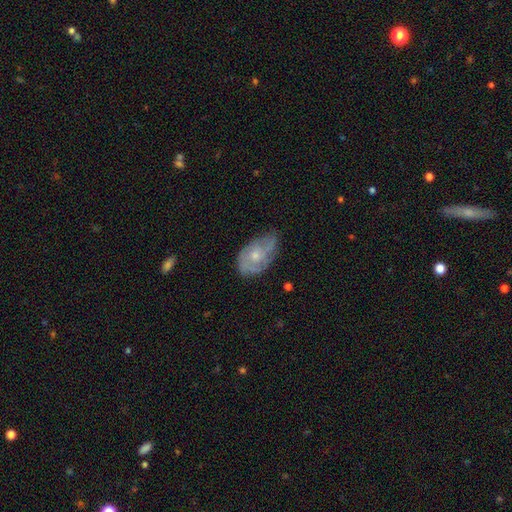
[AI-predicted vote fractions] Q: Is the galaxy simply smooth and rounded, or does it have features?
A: featured or disk — 62%.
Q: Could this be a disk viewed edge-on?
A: no — 95%.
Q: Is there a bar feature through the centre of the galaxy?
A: no — 81%.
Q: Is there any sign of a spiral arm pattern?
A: yes — 73%.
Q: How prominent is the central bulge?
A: small — 51%.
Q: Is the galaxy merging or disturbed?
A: none — 53%.